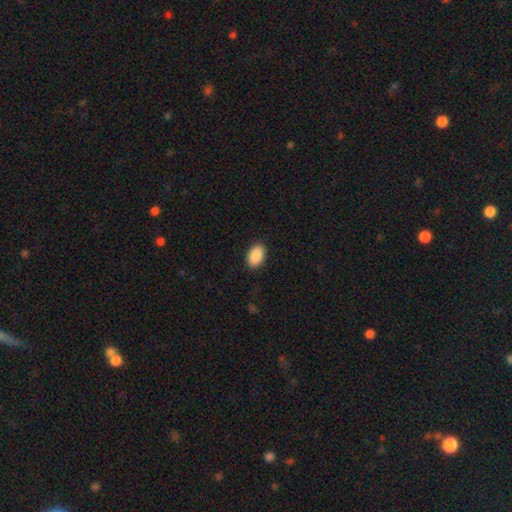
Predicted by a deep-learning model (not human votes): Morphology: type=smooth (91%); roundness=in between (92%); merging=none (89%).